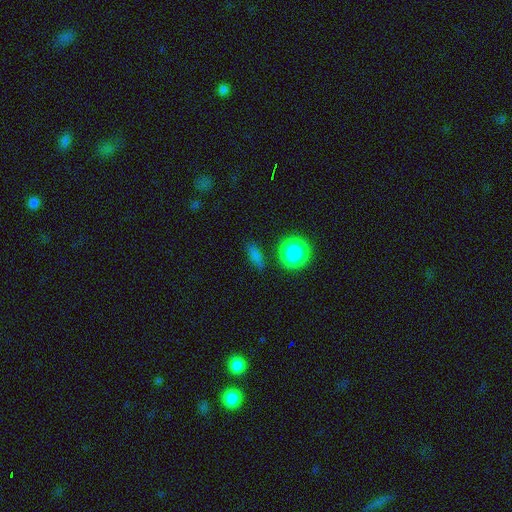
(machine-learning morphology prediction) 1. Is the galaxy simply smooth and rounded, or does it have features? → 77% smooth, 15% star or artifact, 8% featured or disk.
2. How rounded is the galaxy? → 46% in between, 28% round, 26% cigar-shaped.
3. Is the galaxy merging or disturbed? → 81% none, 12% minor disturbance, 4% major disturbance, 4% merger.